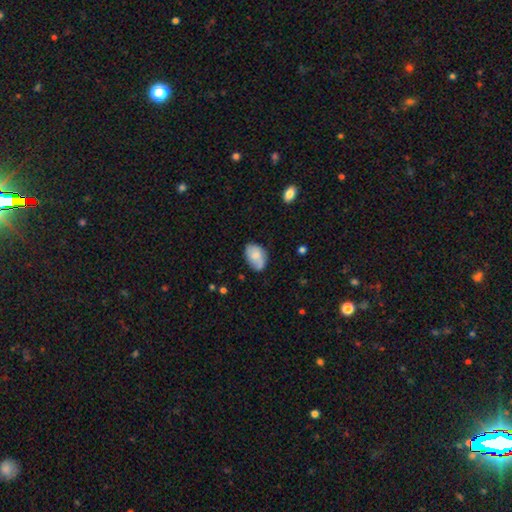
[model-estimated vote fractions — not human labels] smooth_or_featured: smooth (p=0.73) [alt: featured or disk p=0.19]
how_rounded: in between (p=0.86) [alt: round p=0.13]
merging: none (p=0.63) [alt: minor disturbance p=0.28]